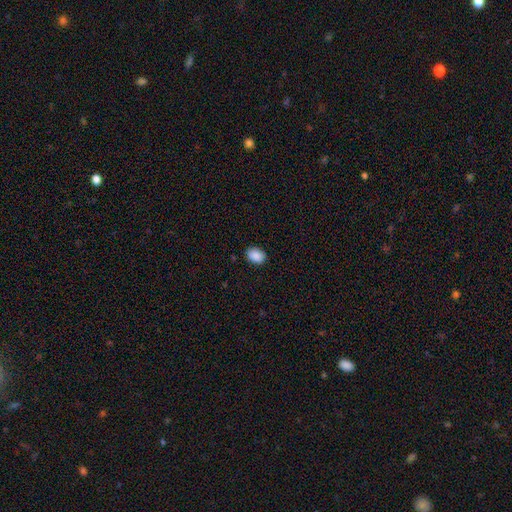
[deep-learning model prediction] This is clearly a smooth galaxy (89%). How rounded: likely in between (72%). Merging: clearly none (86%).